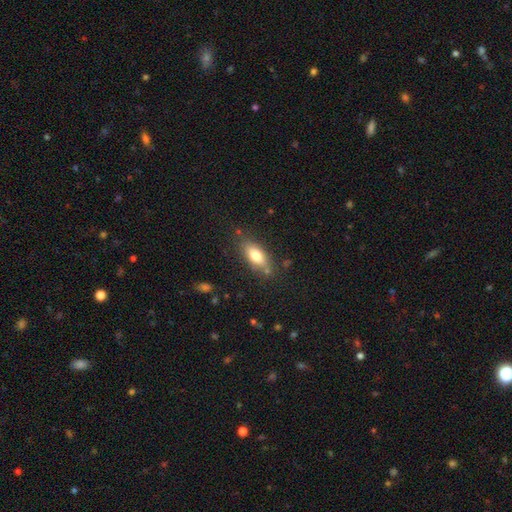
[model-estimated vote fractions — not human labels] Smooth or featured: smooth — 75% (featured or disk — 17%)
How rounded: in between — 81% (cigar-shaped — 15%)
Merging: none — 76% (minor disturbance — 15%)